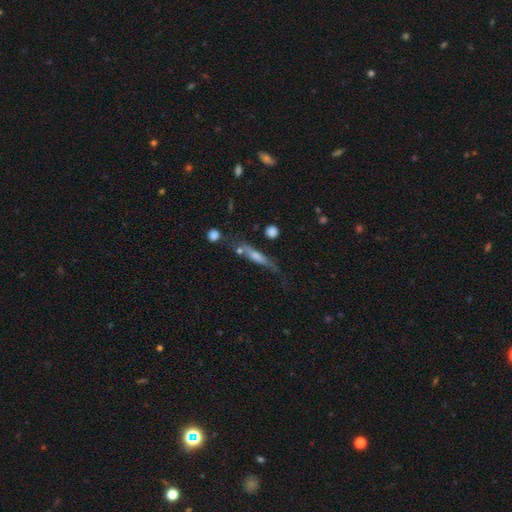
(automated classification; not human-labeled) Smooth or featured? Predicted: featured or disk (p=0.56). Edge-on disk? Predicted: yes (p=0.86). Merging? Predicted: none (p=0.60).